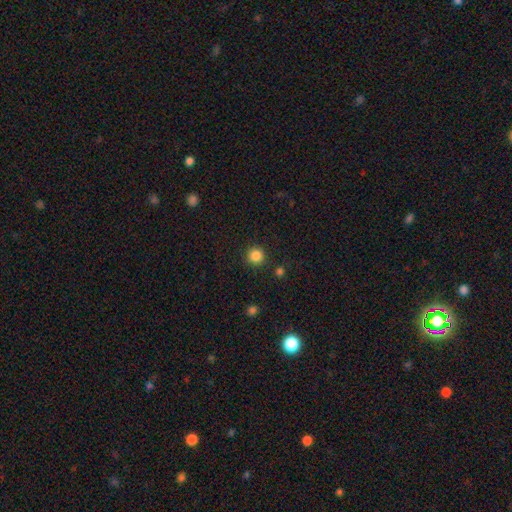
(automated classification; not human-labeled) This is clearly a smooth galaxy (85%). How rounded: clearly round (95%). Merging: clearly none (90%).